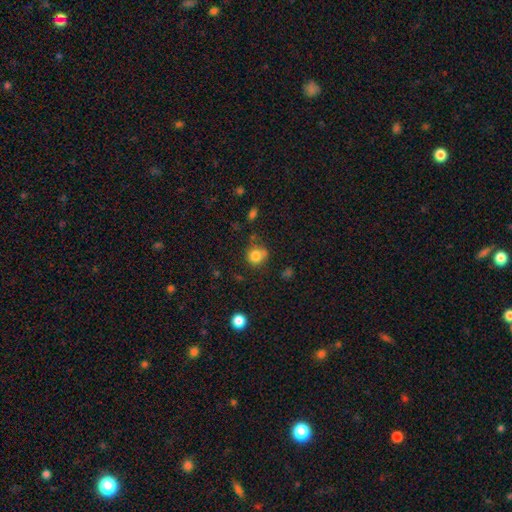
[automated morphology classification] Smooth or featured?
  - smooth: 81% *
  - star or artifact: 12%
  - featured or disk: 7%
How rounded?
  - round: 84% *
  - in between: 15%
  - cigar-shaped: 1%
Merging?
  - none: 62% *
  - minor disturbance: 21%
  - merger: 10%
  - major disturbance: 7%